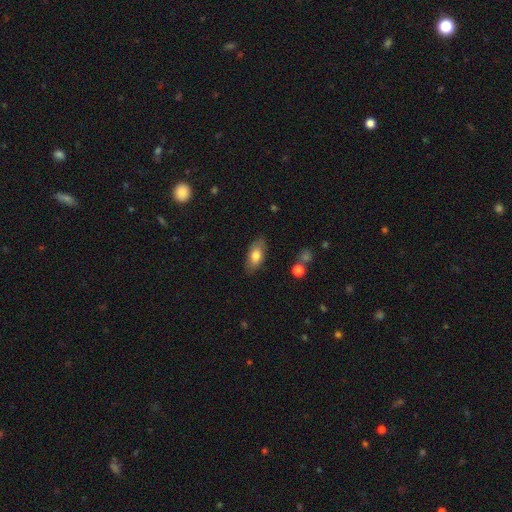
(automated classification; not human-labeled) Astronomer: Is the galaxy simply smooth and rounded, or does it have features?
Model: smooth — 74%.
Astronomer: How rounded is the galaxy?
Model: in between — 88%.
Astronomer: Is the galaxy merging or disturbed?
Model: none — 83%.